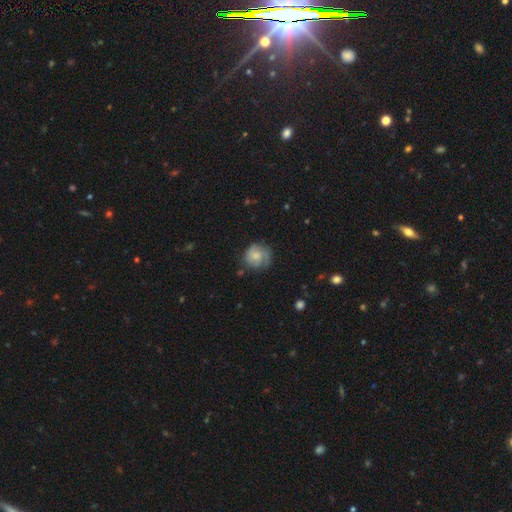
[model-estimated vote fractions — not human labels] Q: Smooth or featured?
A: featured or disk (53%); runner-up: smooth (40%)
Q: Edge-on disk?
A: no (98%); runner-up: yes (2%)
Q: Bar?
A: no (68%); runner-up: weak (28%)
Q: Spiral arms?
A: yes (86%); runner-up: no (14%)
Q: Bulge size?
A: moderate (42%); runner-up: small (39%)
Q: Merging?
A: none (68%); runner-up: minor disturbance (22%)